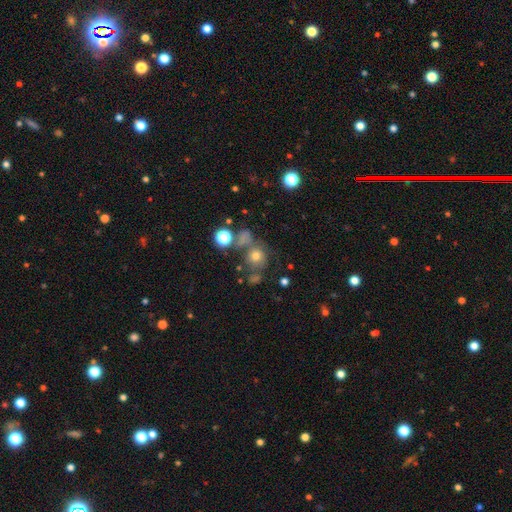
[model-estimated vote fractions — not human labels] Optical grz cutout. It shows a smooth galaxy with no disk features (60%) that is round (83%). Merging: none (56%).